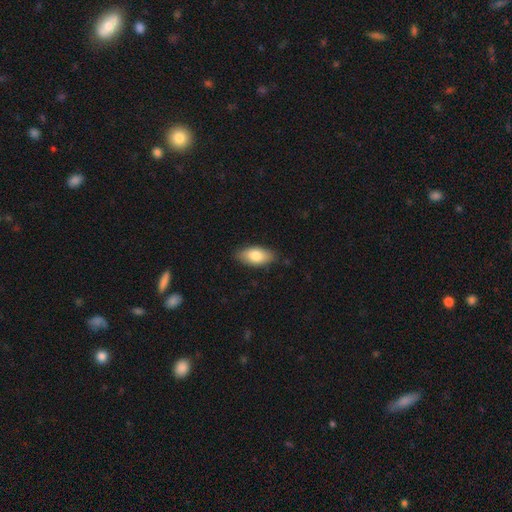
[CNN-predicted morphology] This appears to be a smooth galaxy with no disk features (81%) that is in between round and cigar-shaped (90%). Merging: none (84%).